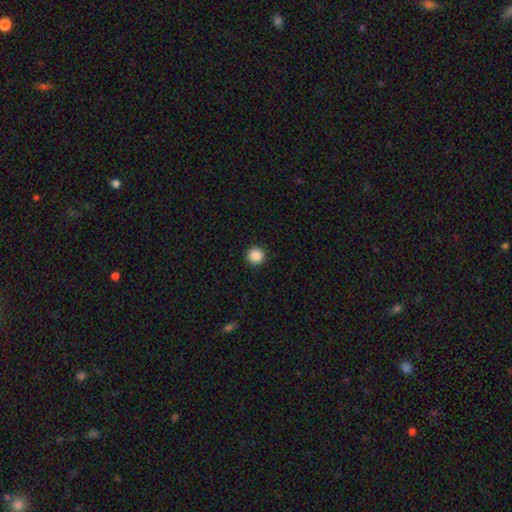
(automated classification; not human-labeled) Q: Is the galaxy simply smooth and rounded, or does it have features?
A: smooth — 88%.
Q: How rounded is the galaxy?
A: round — 96%.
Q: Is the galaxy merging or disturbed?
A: none — 93%.